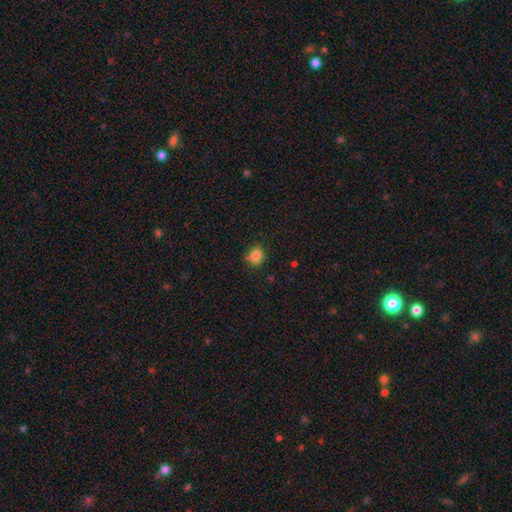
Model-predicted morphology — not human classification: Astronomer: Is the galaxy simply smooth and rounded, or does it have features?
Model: smooth — 84%.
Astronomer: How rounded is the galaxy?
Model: round — 82%.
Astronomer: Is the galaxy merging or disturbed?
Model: none — 80%.